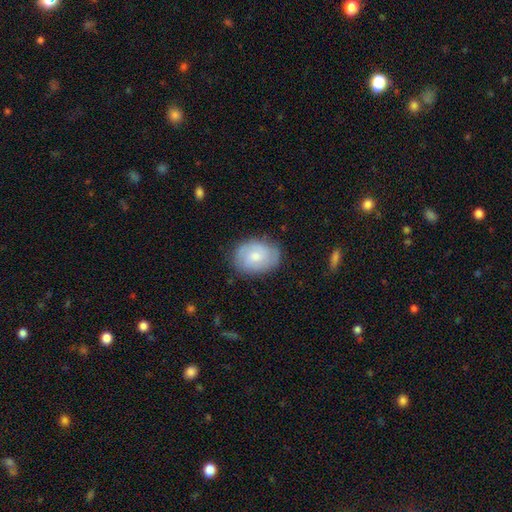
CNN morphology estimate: A featured or disk galaxy (56%) with no bar (68%), spiral arms (87%) and a small central bulge (47%).

Vote fractions:
- Smooth or featured? featured or disk: 56% / smooth: 37% / star or artifact: 7%
- Edge-on disk? no: 97% / yes: 3%
- Bar? no: 68% / weak: 29% / strong: 3%
- Spiral arms? yes: 87% / no: 13%
- Bulge size? small: 47% / moderate: 45% / none: 3% / large: 3% / dominant: 1%
- Merging? none: 80% / minor disturbance: 15% / major disturbance: 4% / merger: 1%